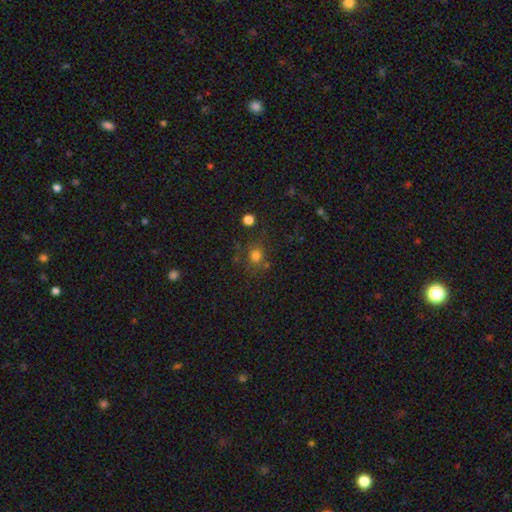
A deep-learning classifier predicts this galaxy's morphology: A smooth galaxy with no disk features (75%) that is round (80%). Merging: none (71%).